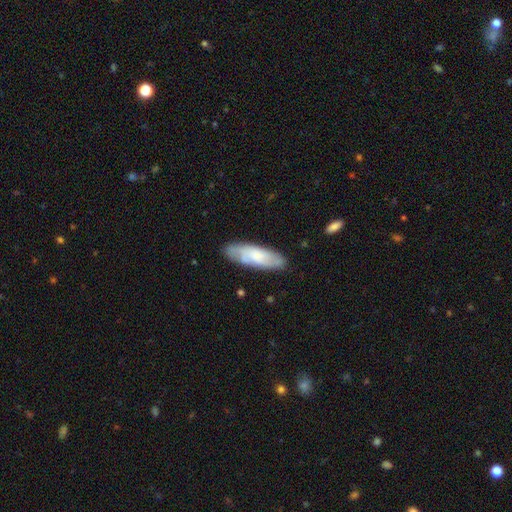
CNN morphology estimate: smooth-or-featured: smooth: 60% | featured or disk: 34% | star or artifact: 6%
  how-rounded: in between: 55% | cigar-shaped: 43% | round: 2%
  merging: none: 79% | minor disturbance: 16% | major disturbance: 3% | merger: 2%